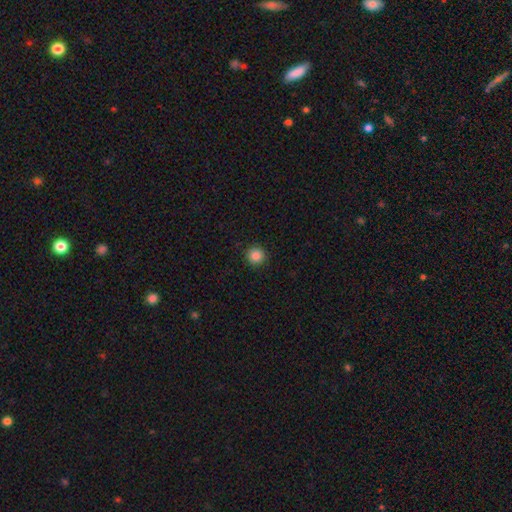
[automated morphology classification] Smooth or featured?
  - smooth: 86% *
  - star or artifact: 10%
  - featured or disk: 4%
How rounded?
  - round: 95% *
  - in between: 4%
  - cigar-shaped: 1%
Merging?
  - none: 93% *
  - minor disturbance: 5%
  - major disturbance: 2%
  - merger: 1%